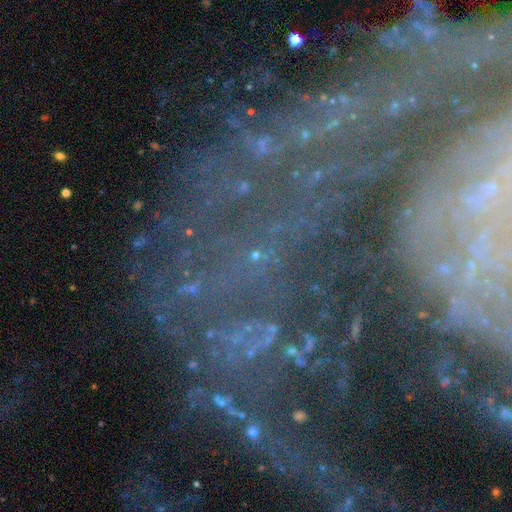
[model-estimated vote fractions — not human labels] Smooth or featured: star or artifact — 63% (featured or disk — 25%)